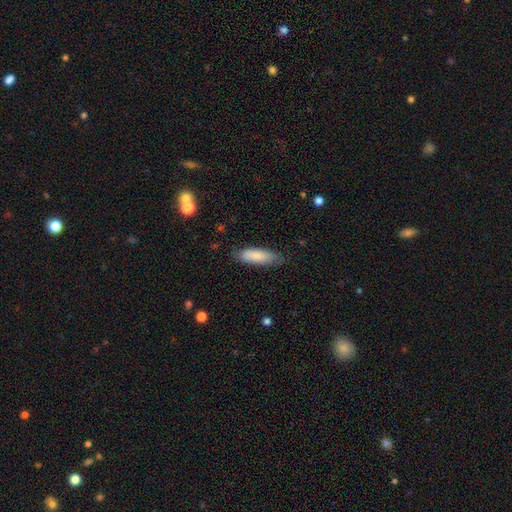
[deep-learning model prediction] Overall: smooth (84%). How rounded: in between (54%; cigar-shaped 44%). Merging: none (77%).